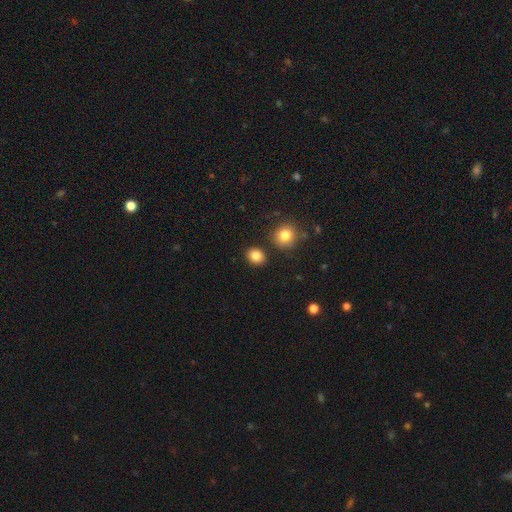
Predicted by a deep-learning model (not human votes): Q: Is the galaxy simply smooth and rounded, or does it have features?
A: smooth — 86%.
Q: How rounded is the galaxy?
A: round — 57%.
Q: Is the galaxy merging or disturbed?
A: none — 85%.